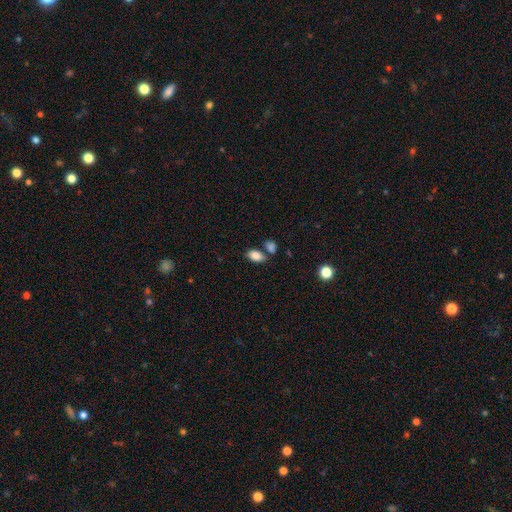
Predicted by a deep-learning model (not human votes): Overall: smooth (86%). How rounded: in between (91%). Merging: none (64%).